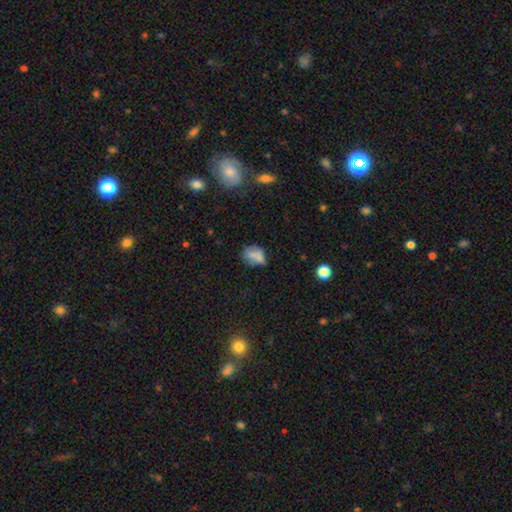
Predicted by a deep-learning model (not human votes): Smooth or featured: smooth — 66% (featured or disk — 22%)
How rounded: in between — 51% (round — 48%)
Merging: none — 47% (minor disturbance — 24%)